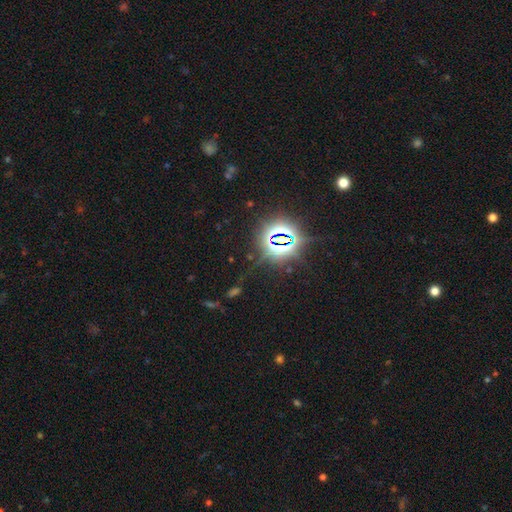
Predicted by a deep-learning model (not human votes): A star or artifact, not a galaxy (78%).

Vote fractions:
- Smooth or featured? star or artifact: 78% / smooth: 13% / featured or disk: 8%